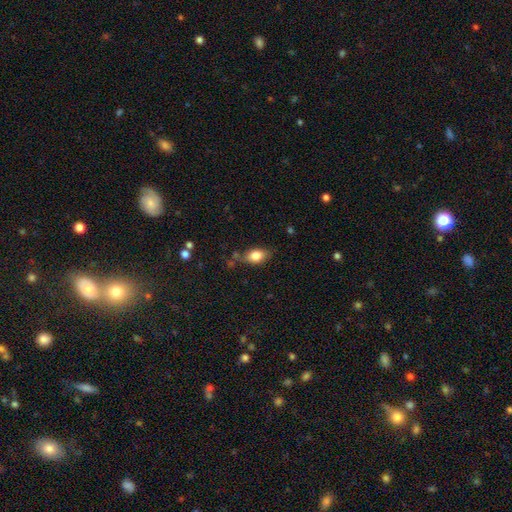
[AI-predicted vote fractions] The model was most divided on "merging": none: 70%, minor disturbance: 20%, major disturbance: 5%, merger: 4%. More confident: how rounded — in between (83%); smooth or featured — smooth (82%).